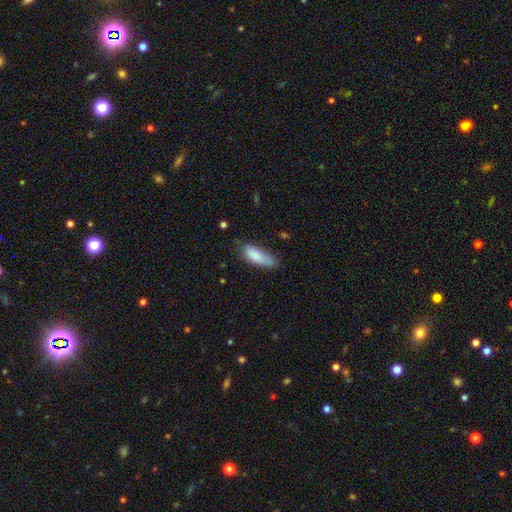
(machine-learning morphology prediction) type=smooth (84%); roundness=in between (62%); merging=none (54%).